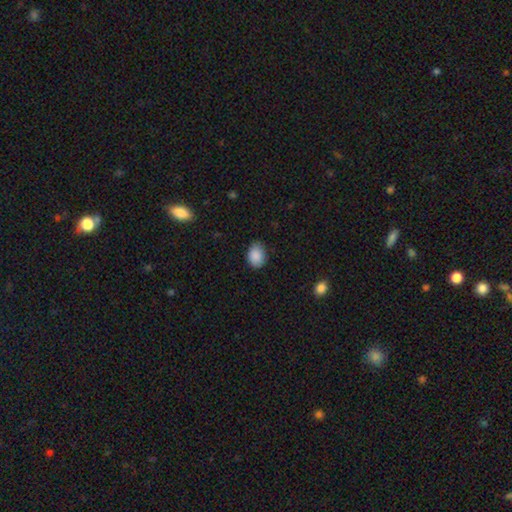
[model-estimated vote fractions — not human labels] smooth 89%, star or artifact 7%, featured or disk 4%. Down the decision tree: how rounded — in between (73%); merging — none (83%).